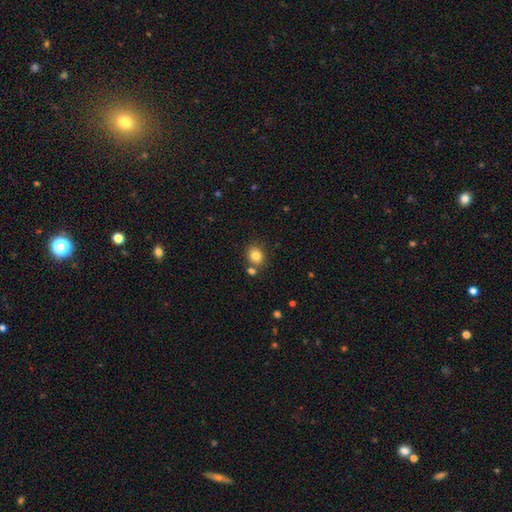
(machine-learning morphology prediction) smooth-or-featured: smooth: 82% | star or artifact: 11% | featured or disk: 7%
  how-rounded: round: 71% | in between: 28% | cigar-shaped: 1%
  merging: none: 74% | merger: 13% | minor disturbance: 9% | major disturbance: 3%